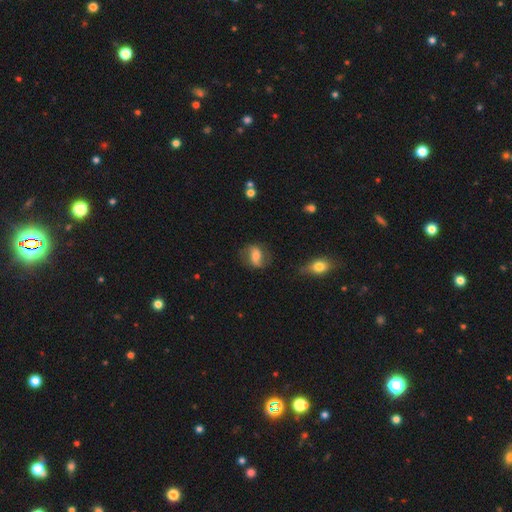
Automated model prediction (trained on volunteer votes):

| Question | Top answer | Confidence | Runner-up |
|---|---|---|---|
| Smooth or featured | featured or disk | 57% | smooth (35%) |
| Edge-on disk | no | 94% | yes (6%) |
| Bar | weak | 38% | strong (34%) |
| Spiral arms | yes | 86% | no (14%) |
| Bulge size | moderate | 46% | small (34%) |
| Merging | none | 71% | minor disturbance (19%) |